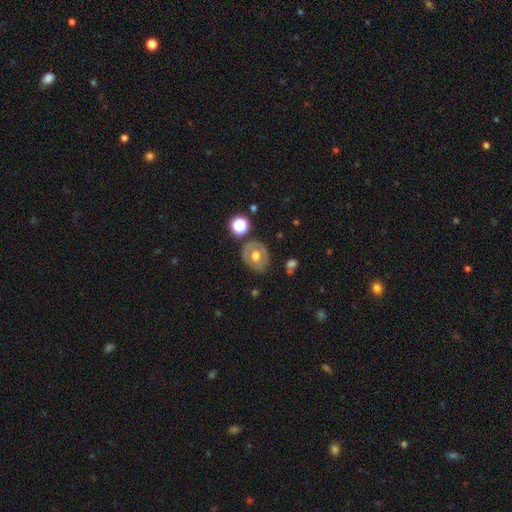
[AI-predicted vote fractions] Smooth or featured? Predicted: featured or disk (p=0.50). Edge-on disk? Predicted: no (p=0.94). Merging? Predicted: none (p=0.73).